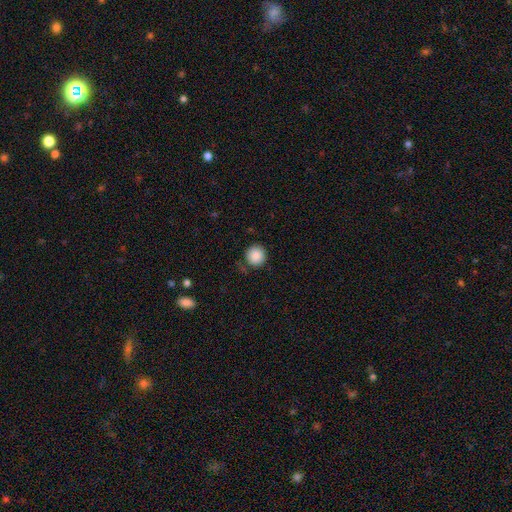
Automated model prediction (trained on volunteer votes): A smooth galaxy with no disk features (87%) that is round (94%). Merging: none (84%).